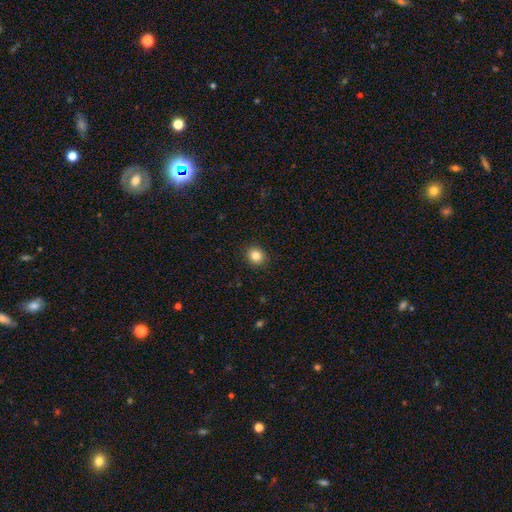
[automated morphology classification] smooth_or_featured: smooth (p=0.84) [alt: star or artifact p=0.10]
how_rounded: round (p=0.78) [alt: in between p=0.21]
merging: none (p=0.91) [alt: minor disturbance p=0.06]